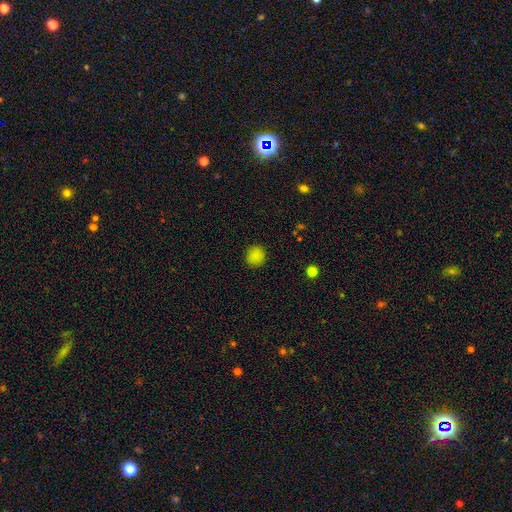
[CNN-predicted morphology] type=smooth (86%); roundness=round (90%); merging=none (90%).